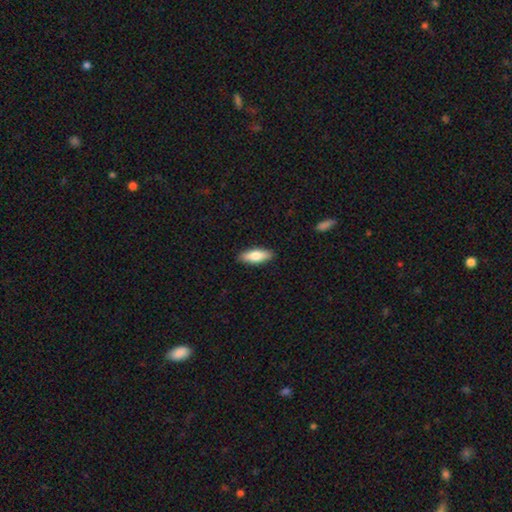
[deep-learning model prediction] Smooth or featured?
  - smooth: 75% *
  - featured or disk: 19%
  - star or artifact: 6%
How rounded?
  - in between: 64% *
  - cigar-shaped: 34%
  - round: 2%
Merging?
  - none: 90% *
  - minor disturbance: 8%
  - major disturbance: 2%
  - merger: 1%